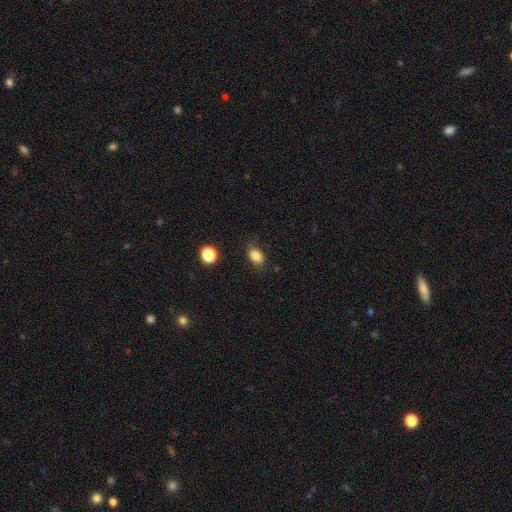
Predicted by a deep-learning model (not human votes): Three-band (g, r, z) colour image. It shows a smooth galaxy with no disk features (84%) that is in between round and cigar-shaped (74%). Merging: none (76%).